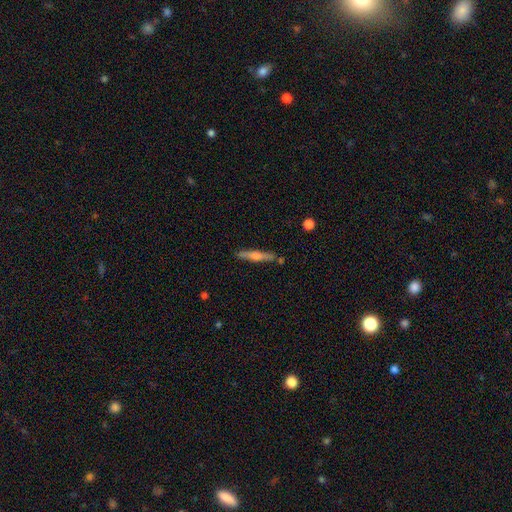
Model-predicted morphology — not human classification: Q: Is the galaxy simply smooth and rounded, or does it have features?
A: featured or disk — 57%.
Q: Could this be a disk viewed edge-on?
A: yes — 96%.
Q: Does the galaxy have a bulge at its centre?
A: rounded — 76%.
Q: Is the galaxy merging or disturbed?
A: none — 85%.